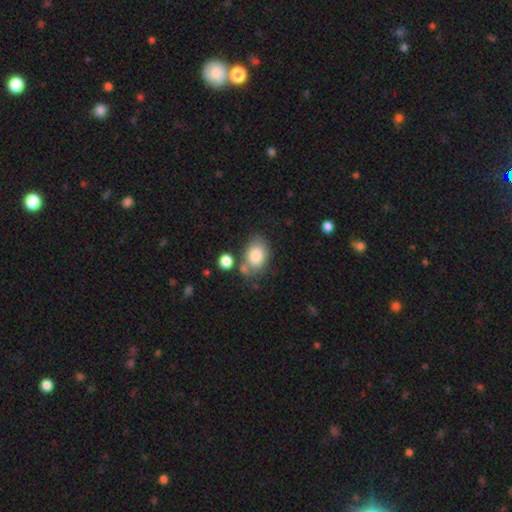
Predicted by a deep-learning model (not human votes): Smooth or featured: smooth — 82% (featured or disk — 10%)
How rounded: in between — 77% (round — 22%)
Merging: none — 60% (minor disturbance — 18%)